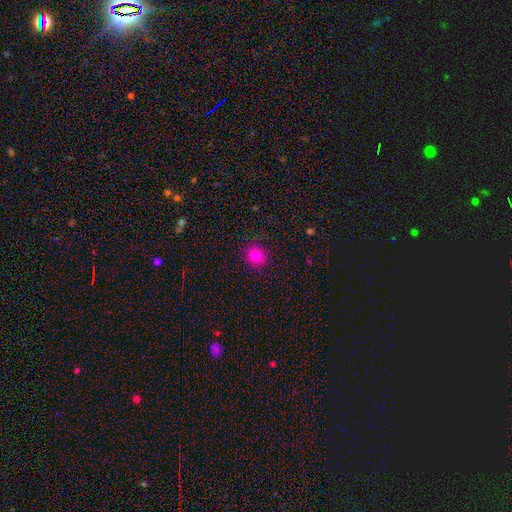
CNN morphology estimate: The model was most divided on "smooth or featured": smooth: 83%, star or artifact: 12%, featured or disk: 5%. More confident: merging — none (90%); how rounded — round (88%).